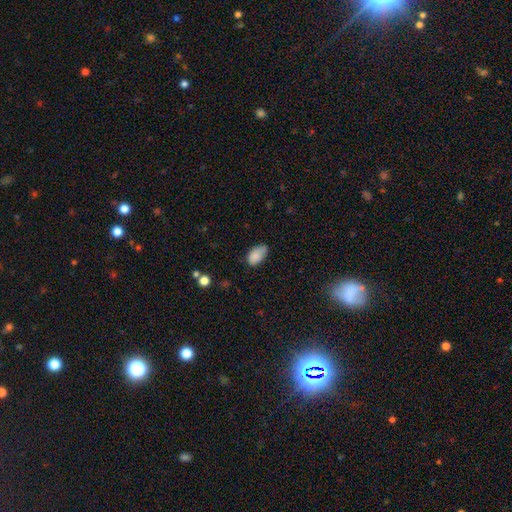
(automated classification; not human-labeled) smooth_or_featured: smooth (p=0.86) [alt: star or artifact p=0.08]
how_rounded: in between (p=0.93) [alt: round p=0.06]
merging: none (p=0.57) [alt: minor disturbance p=0.34]